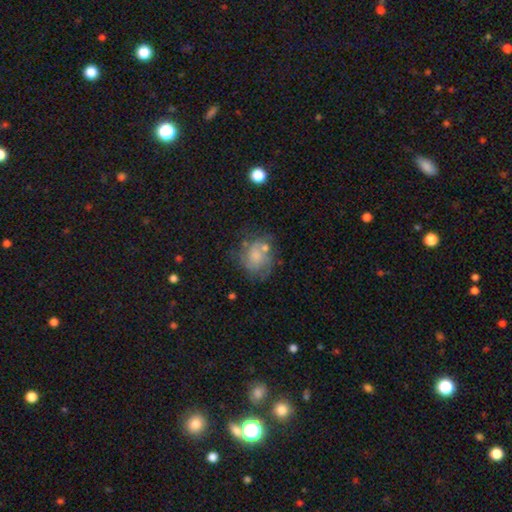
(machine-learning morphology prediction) Smooth or featured: featured or disk — 49% (smooth — 41%)
Merging: none — 48% (minor disturbance — 23%)